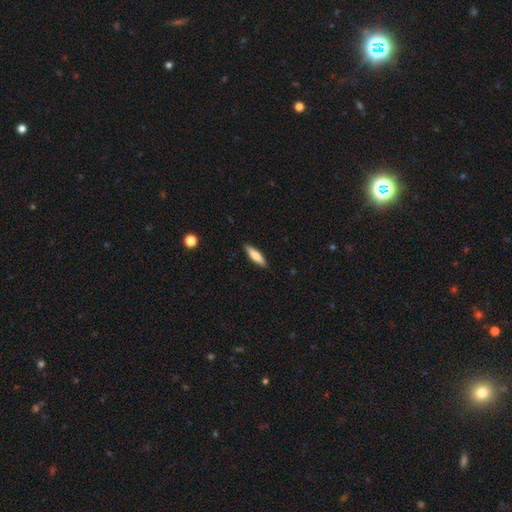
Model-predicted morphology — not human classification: This appears to be a smooth galaxy with no disk features (76%) that is cigar-shaped (70%). Merging: none (89%).